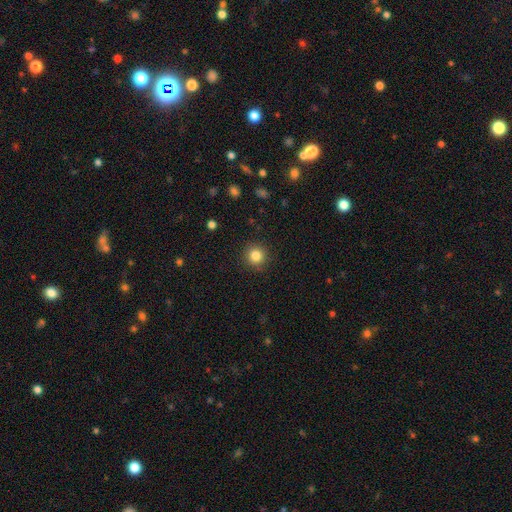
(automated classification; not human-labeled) Q: Smooth or featured?
A: smooth (84%); runner-up: star or artifact (11%)
Q: How rounded?
A: round (94%); runner-up: in between (5%)
Q: Merging?
A: none (91%); runner-up: minor disturbance (6%)